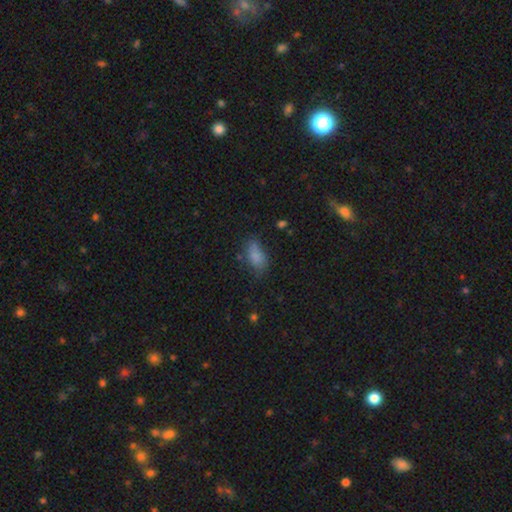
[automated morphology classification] Smooth or featured? Predicted: smooth (p=0.79). How rounded? Predicted: in between (p=0.88). Merging? Predicted: none (p=0.56).